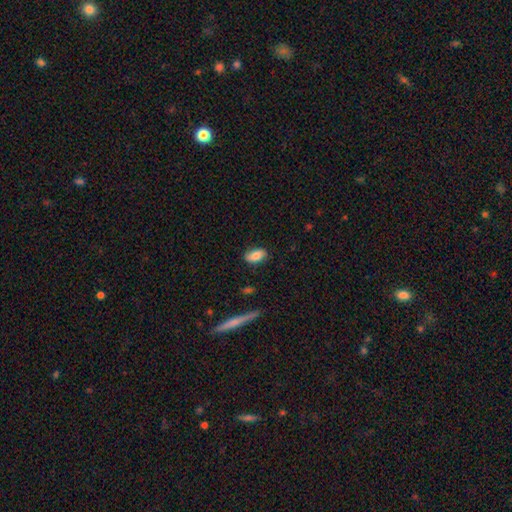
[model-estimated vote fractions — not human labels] Smooth or featured: smooth — 83% (featured or disk — 10%)
How rounded: in between — 90% (cigar-shaped — 5%)
Merging: none — 84% (minor disturbance — 12%)